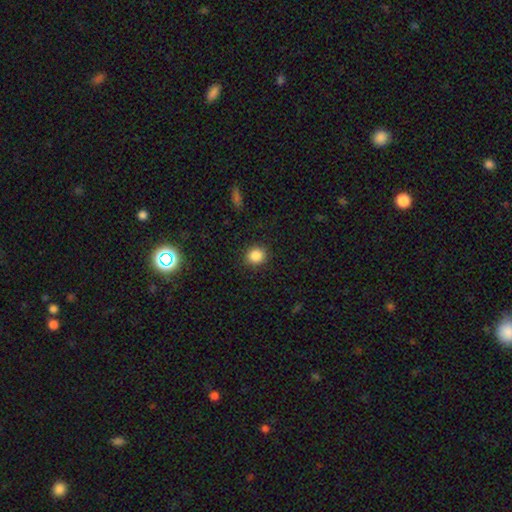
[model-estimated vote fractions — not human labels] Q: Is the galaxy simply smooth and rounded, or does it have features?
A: smooth — 86%.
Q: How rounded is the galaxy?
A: round — 77%.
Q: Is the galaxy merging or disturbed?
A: none — 88%.